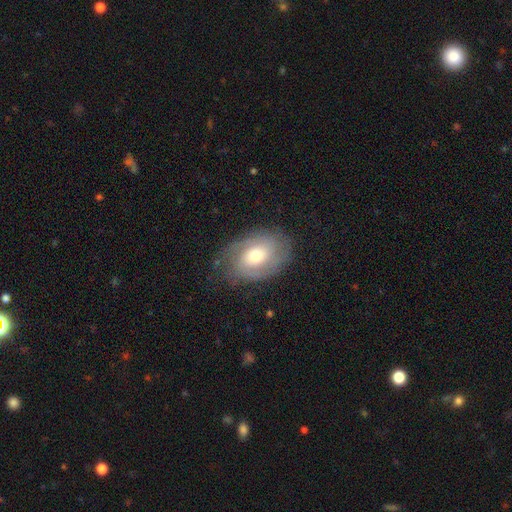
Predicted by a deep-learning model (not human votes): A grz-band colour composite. It shows a featured or disk galaxy (63%) with no bar (67%), spiral arms (81%) and a moderate central bulge (66%). Merging: none (73%).